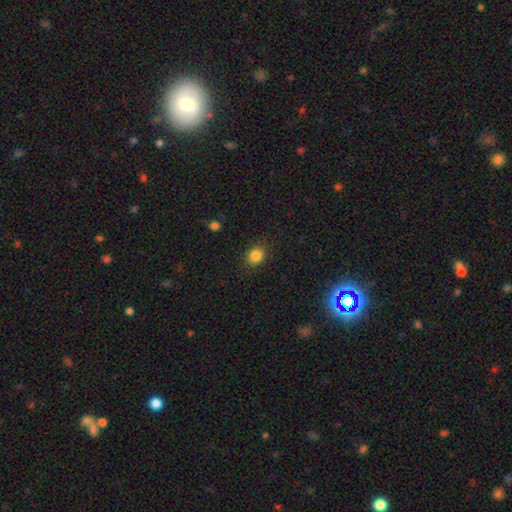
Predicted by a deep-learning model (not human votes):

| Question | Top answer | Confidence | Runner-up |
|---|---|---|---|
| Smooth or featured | smooth | 84% | star or artifact (11%) |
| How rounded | round | 73% | in between (26%) |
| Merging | none | 86% | minor disturbance (10%) |